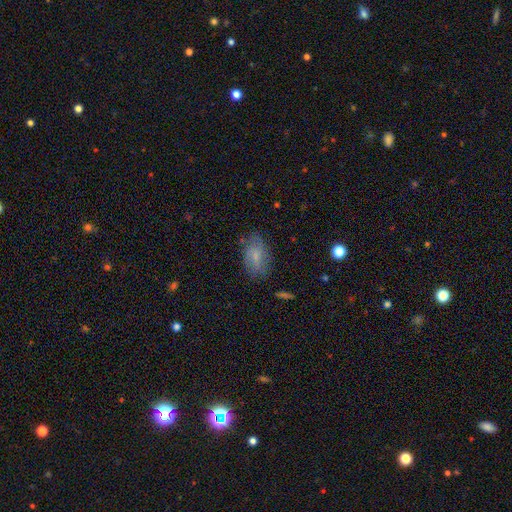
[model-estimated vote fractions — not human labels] The model was most divided on "smooth or featured": smooth: 64%, featured or disk: 28%, star or artifact: 8%. More confident: how rounded — in between (90%); merging — none (70%).